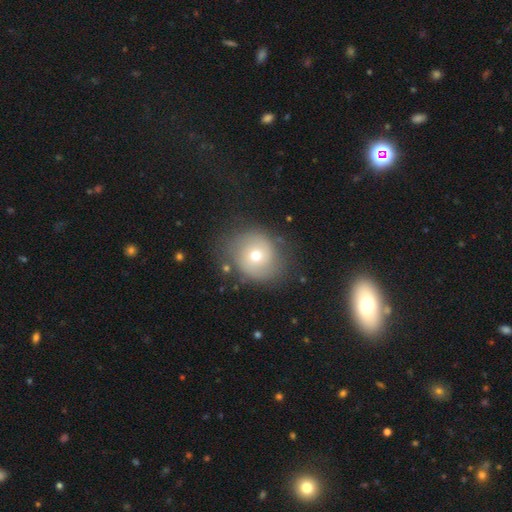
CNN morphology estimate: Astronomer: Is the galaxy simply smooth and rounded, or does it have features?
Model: smooth — 54% (runner-up: featured or disk, 33%).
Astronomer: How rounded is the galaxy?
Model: round — 77%.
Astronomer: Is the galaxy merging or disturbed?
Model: none — 73%.